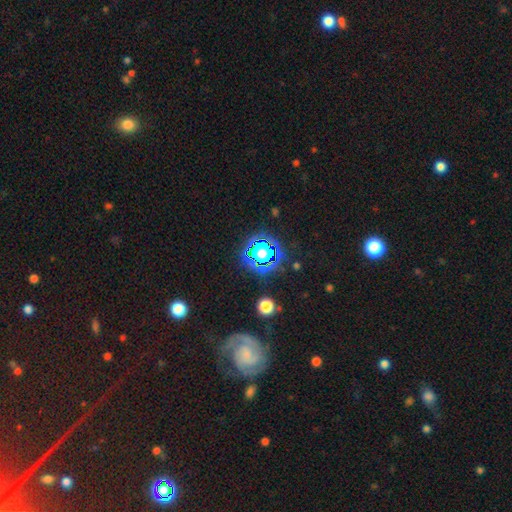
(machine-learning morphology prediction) Q: Smooth or featured?
A: star or artifact (58%); runner-up: smooth (24%)